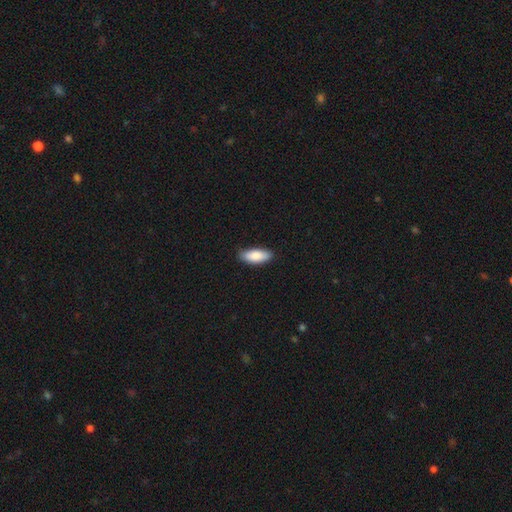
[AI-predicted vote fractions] Smooth or featured: smooth — 87% (featured or disk — 8%)
How rounded: in between — 80% (cigar-shaped — 19%)
Merging: none — 85% (minor disturbance — 12%)